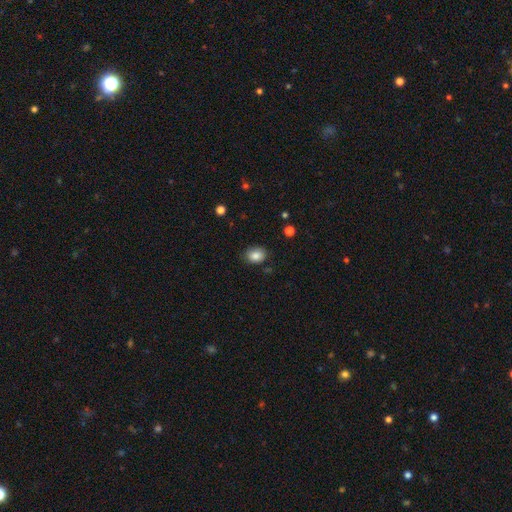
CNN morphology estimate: This is clearly a smooth galaxy (85%). How rounded: possibly in between (57%). Merging: clearly none (82%).